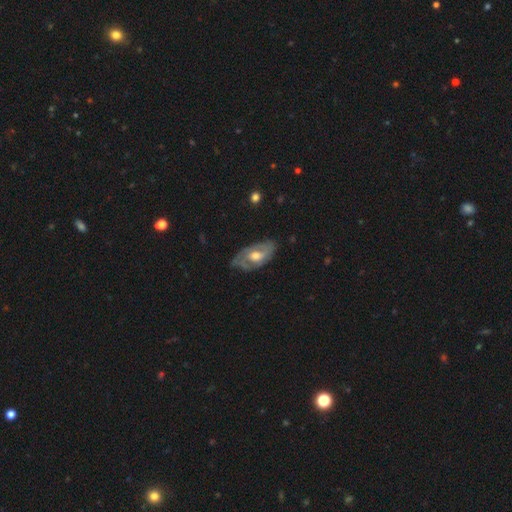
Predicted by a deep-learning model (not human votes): Smooth or featured: featured or disk — 69% (smooth — 26%)
Edge-on disk: no — 90% (yes — 10%)
Bar: no — 65% (weak — 30%)
Spiral arms: yes — 74% (no — 26%)
Bulge size: moderate — 72% (large — 14%)
Merging: none — 67% (minor disturbance — 24%)